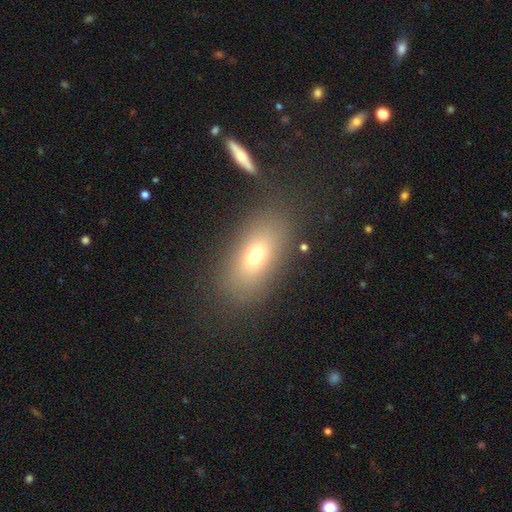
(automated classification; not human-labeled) This is likely a smooth galaxy (68%). How rounded: clearly in between (82%). Merging: likely none (79%).